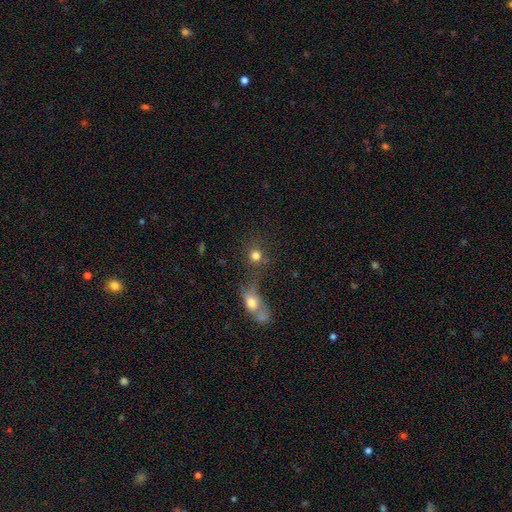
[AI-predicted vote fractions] Morphology: type=smooth (78%); roundness=round (82%); merging=none (52%).